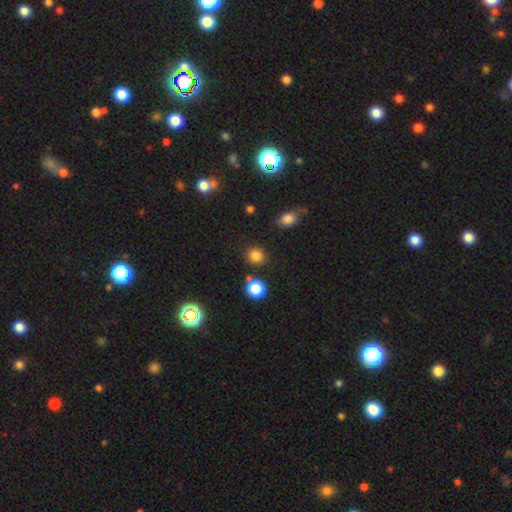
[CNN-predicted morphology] Q: Smooth or featured?
A: smooth (81%); runner-up: star or artifact (15%)
Q: How rounded?
A: round (86%); runner-up: in between (13%)
Q: Merging?
A: none (84%); runner-up: minor disturbance (8%)